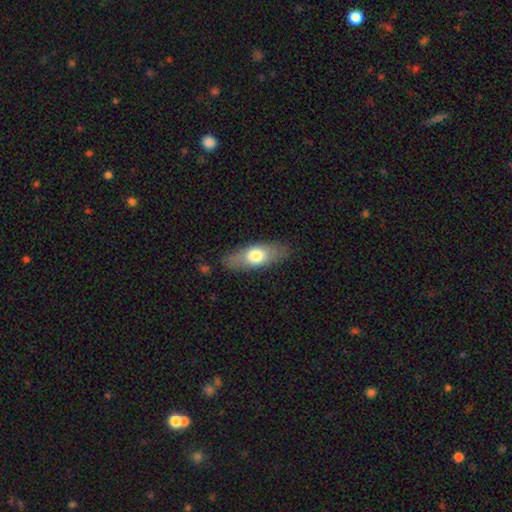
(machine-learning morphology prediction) This appears to be a smooth galaxy with no disk features (65%) that is in between round and cigar-shaped (70%). Merging: none (82%).